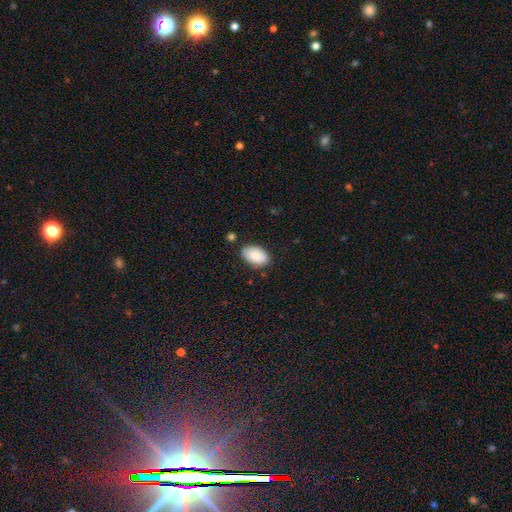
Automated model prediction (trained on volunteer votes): smooth_or_featured: smooth (p=0.89) [alt: star or artifact p=0.06]
how_rounded: in between (p=0.93) [alt: round p=0.05]
merging: none (p=0.80) [alt: minor disturbance p=0.14]